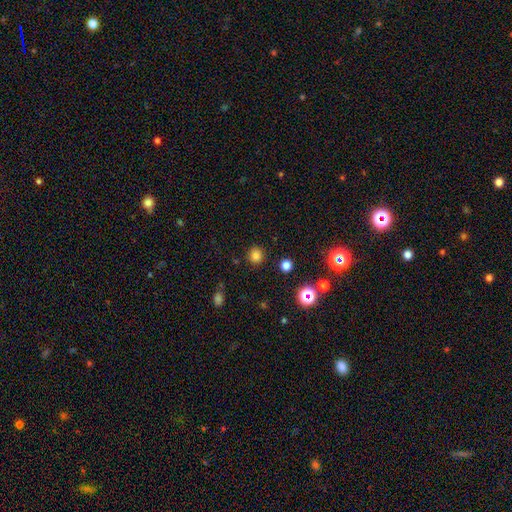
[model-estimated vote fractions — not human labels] Morphology: type=smooth (80%); roundness=round (91%); merging=none (89%).